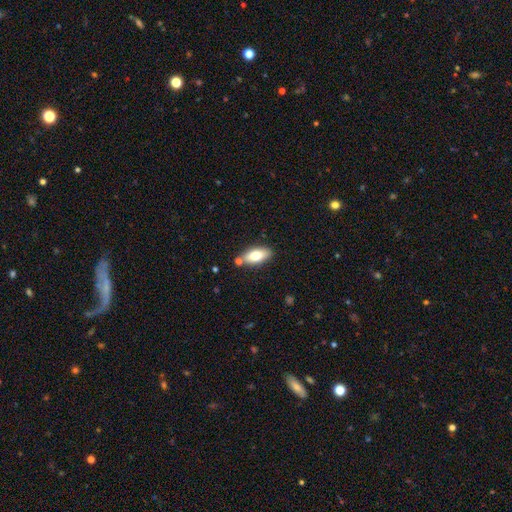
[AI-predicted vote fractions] smooth-or-featured: smooth: 74% | featured or disk: 19% | star or artifact: 7%
  how-rounded: in between: 87% | cigar-shaped: 10% | round: 3%
  merging: none: 78% | minor disturbance: 12% | merger: 7% | major disturbance: 3%